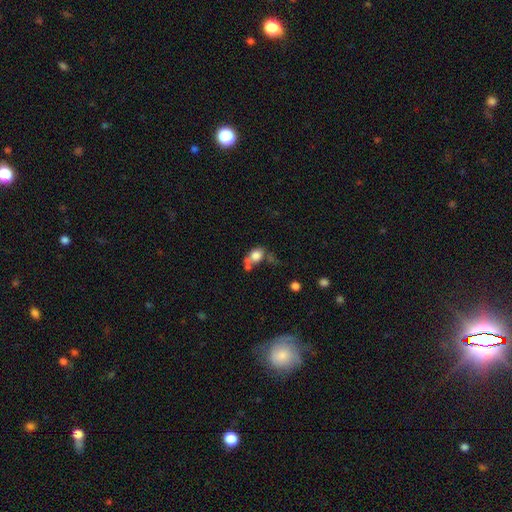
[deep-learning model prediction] Smooth or featured?
  - smooth: 73% *
  - featured or disk: 16%
  - star or artifact: 11%
How rounded?
  - in between: 60% *
  - round: 38%
  - cigar-shaped: 2%
Merging?
  - merger: 40% *
  - none: 27%
  - minor disturbance: 16%
  - major disturbance: 16%